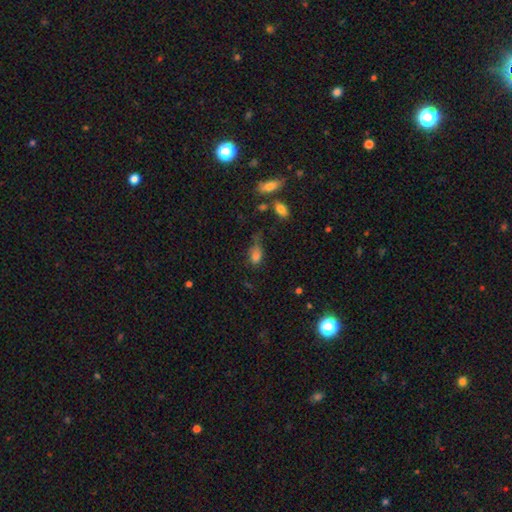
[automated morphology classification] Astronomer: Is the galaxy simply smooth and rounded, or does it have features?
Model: smooth — 74%.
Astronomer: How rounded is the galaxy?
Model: in between — 74%.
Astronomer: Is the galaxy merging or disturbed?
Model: none — 35% (runner-up: minor disturbance, 31%).